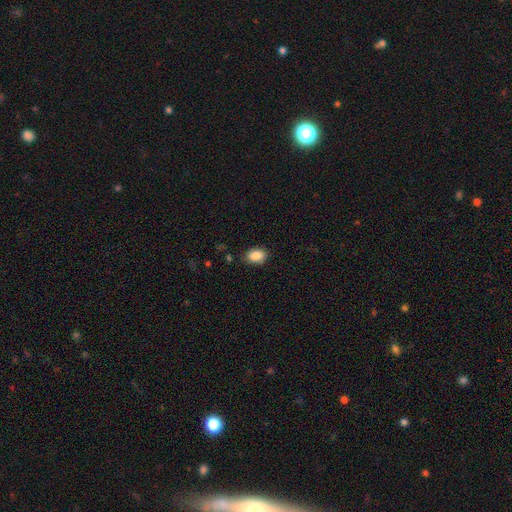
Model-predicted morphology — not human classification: smooth 86%, star or artifact 8%, featured or disk 6%. Down the decision tree: how rounded — in between (79%); merging — none (85%).